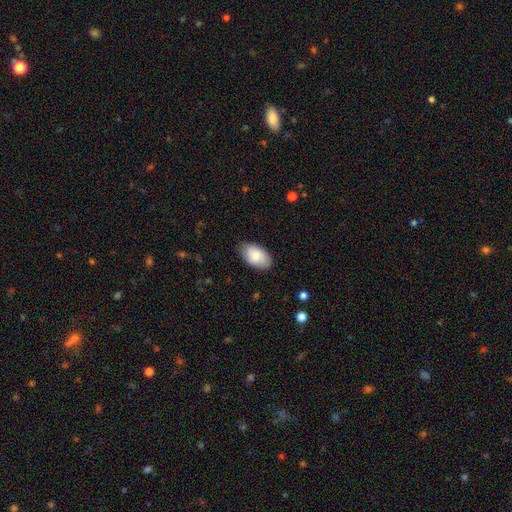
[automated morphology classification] This is clearly a smooth galaxy (83%). How rounded: clearly in between (95%). Merging: clearly none (83%).